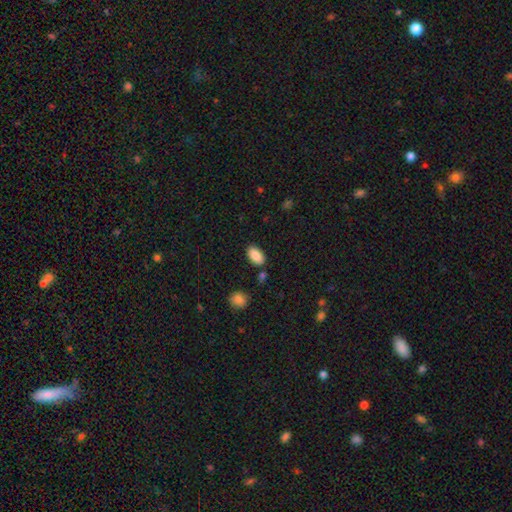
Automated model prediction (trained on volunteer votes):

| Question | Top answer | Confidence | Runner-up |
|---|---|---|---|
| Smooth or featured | smooth | 88% | star or artifact (7%) |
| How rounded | in between | 93% | round (4%) |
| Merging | none | 84% | minor disturbance (10%) |